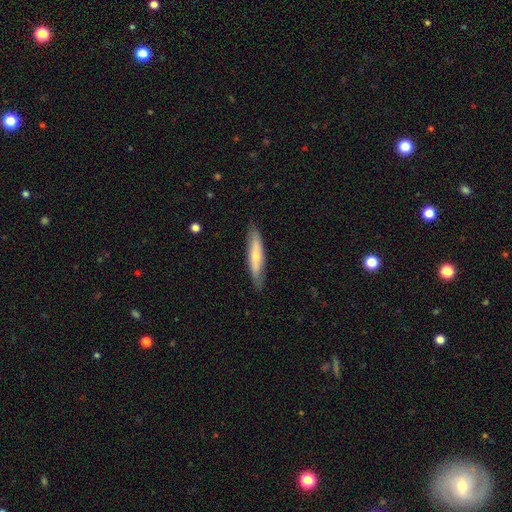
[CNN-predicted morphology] type=smooth (57%); roundness=cigar-shaped (84%); merging=none (82%).